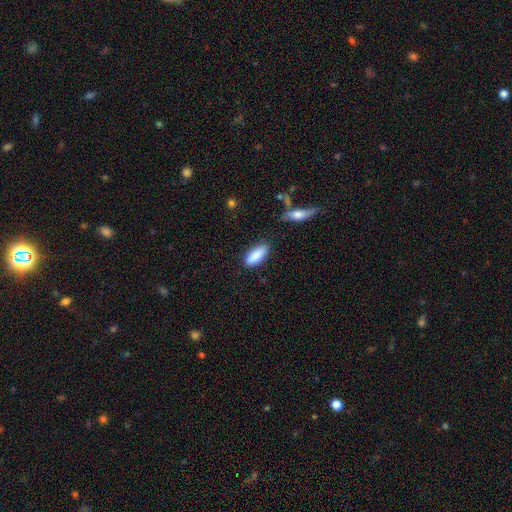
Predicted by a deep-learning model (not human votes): Overall: smooth (87%). How rounded: in between (75%). Merging: none (80%).